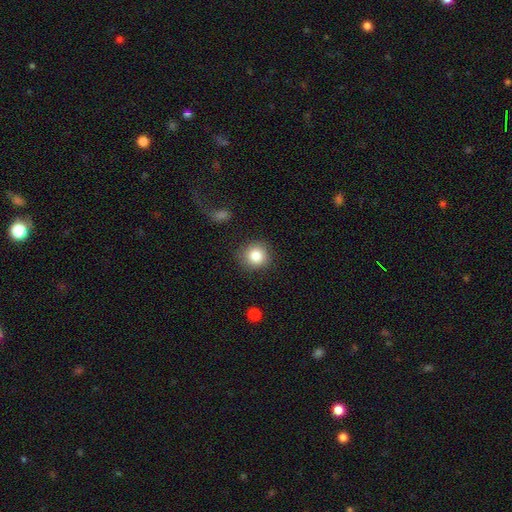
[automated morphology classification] Smooth or featured? smooth (84%)
How rounded? round (90%)
Merging? none (86%)